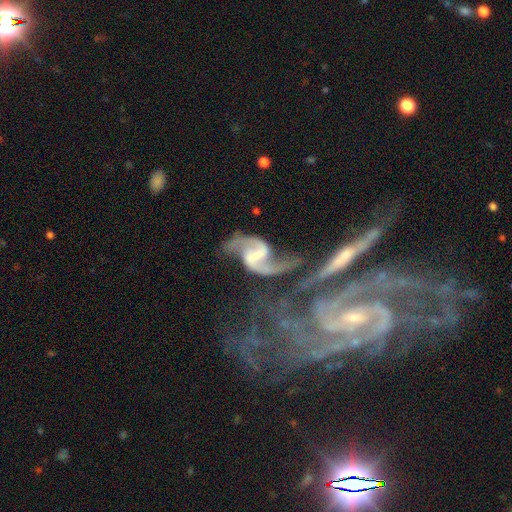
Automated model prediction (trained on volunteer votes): Morphology: type=featured or disk (91%); edge-on=no (98%); bar=weak (44%); spiral arms=yes (97%); winding=loose (68%); arm count=2 (94%); bulge=none (42%); merging=none (53%).